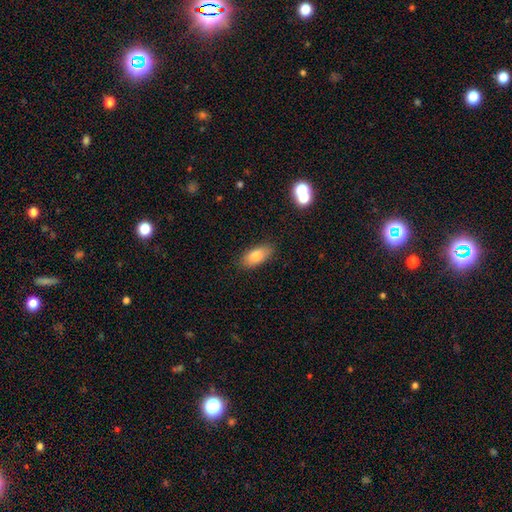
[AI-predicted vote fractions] Smooth or featured? smooth (80%)
How rounded? in between (88%)
Merging? none (84%)